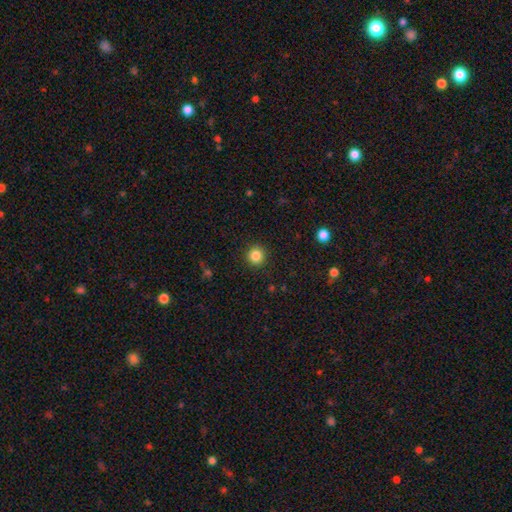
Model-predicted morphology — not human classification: Overall: smooth (85%). How rounded: round (94%). Merging: none (91%).